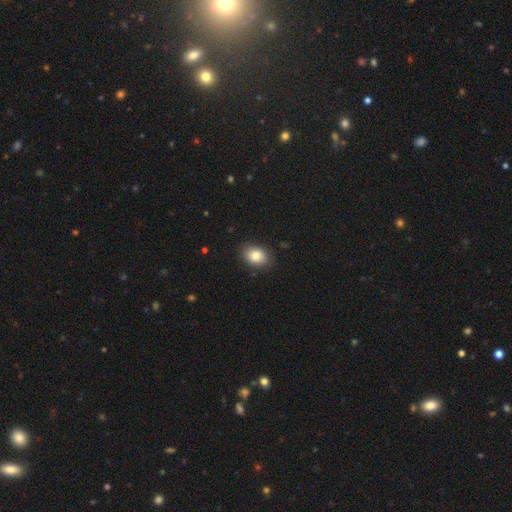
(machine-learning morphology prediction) The model was most divided on "how rounded": in between: 66%, round: 33%, cigar-shaped: 1%. More confident: merging — none (87%); smooth or featured — smooth (84%).